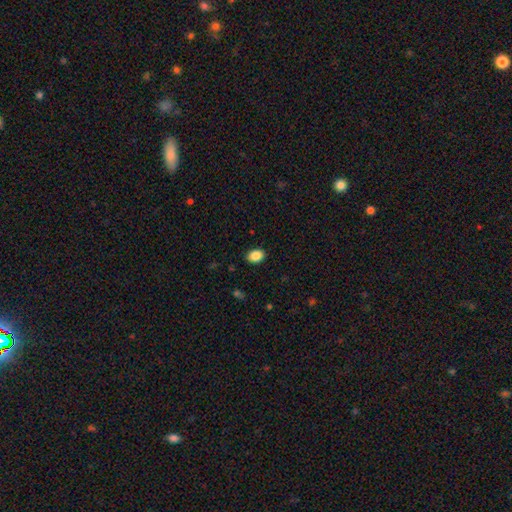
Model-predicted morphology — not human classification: Smooth or featured? smooth (88%)
How rounded? in between (76%)
Merging? none (89%)